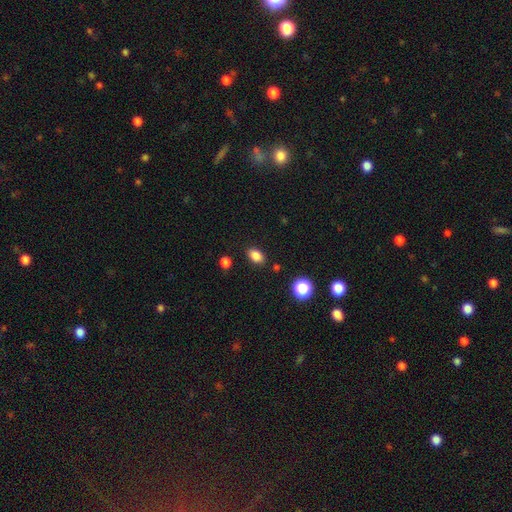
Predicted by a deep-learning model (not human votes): Smooth or featured? smooth (84%)
How rounded? in between (81%)
Merging? none (86%)